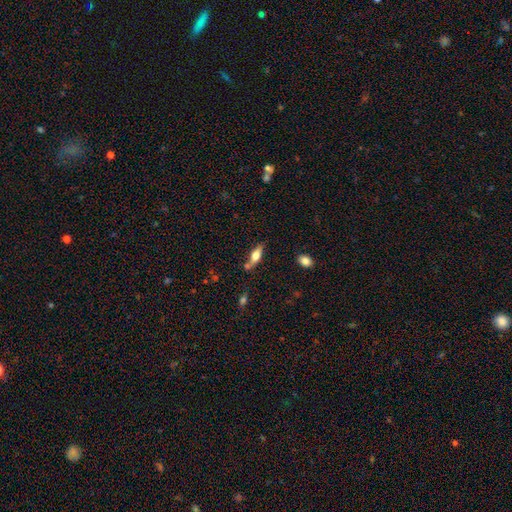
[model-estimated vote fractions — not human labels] smooth 49%, featured or disk 43%, star or artifact 7%. Down the decision tree: merging — none (68%).